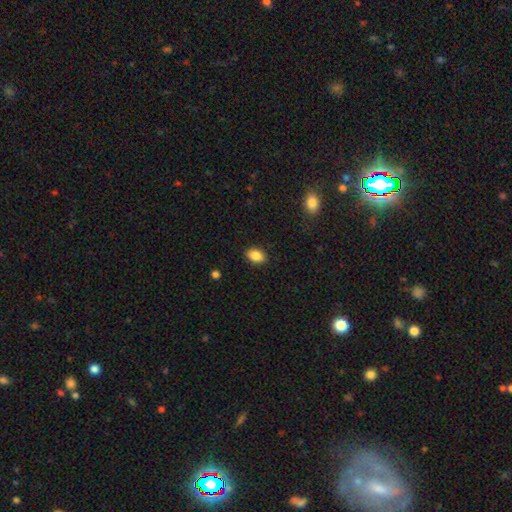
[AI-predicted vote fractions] Smooth or featured?
  - smooth: 86% *
  - star or artifact: 8%
  - featured or disk: 6%
How rounded?
  - in between: 87% *
  - round: 11%
  - cigar-shaped: 2%
Merging?
  - none: 89% *
  - minor disturbance: 8%
  - major disturbance: 2%
  - merger: 1%